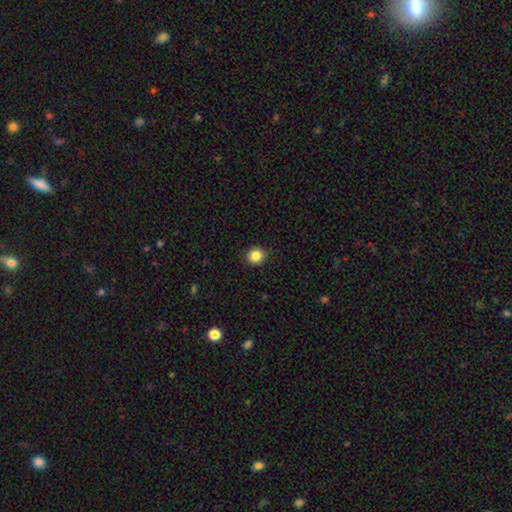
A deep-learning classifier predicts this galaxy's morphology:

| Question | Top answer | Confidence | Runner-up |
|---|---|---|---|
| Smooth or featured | smooth | 86% | star or artifact (10%) |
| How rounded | round | 83% | in between (16%) |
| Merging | none | 91% | minor disturbance (6%) |